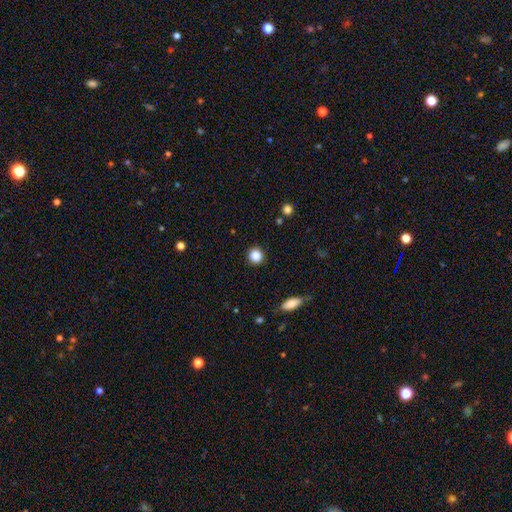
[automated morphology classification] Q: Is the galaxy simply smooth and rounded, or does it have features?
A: smooth — 87%.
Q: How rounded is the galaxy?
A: round — 89%.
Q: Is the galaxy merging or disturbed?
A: none — 91%.